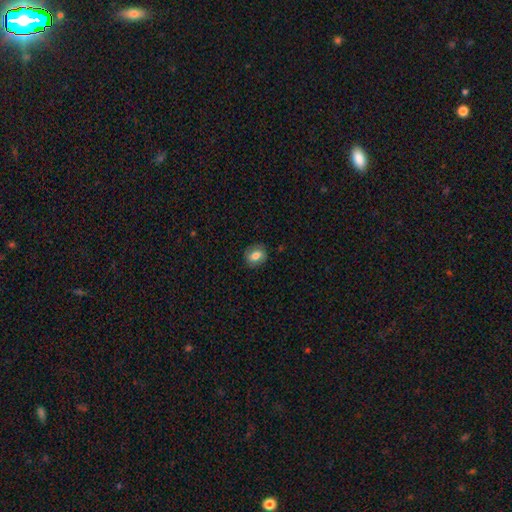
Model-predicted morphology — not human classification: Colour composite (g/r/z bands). It shows a smooth galaxy with no disk features (76%) that is round (54%). Merging: none (84%).